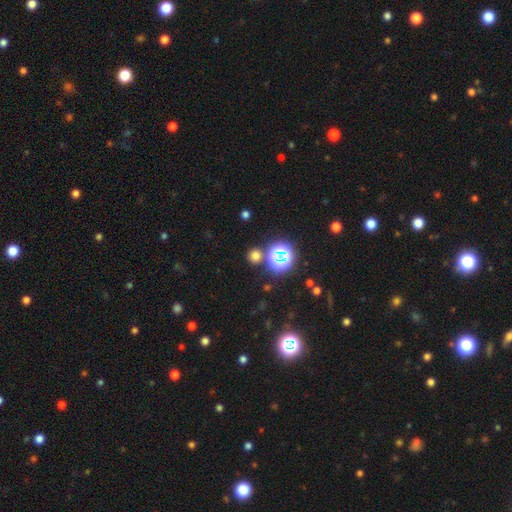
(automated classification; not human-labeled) A smooth galaxy with no disk features (63%) that is round (88%).

Vote fractions:
- Smooth or featured? smooth: 63% / star or artifact: 31% / featured or disk: 6%
- How rounded? round: 88% / in between: 11% / cigar-shaped: 1%
- Merging? none: 82% / merger: 8% / minor disturbance: 7% / major disturbance: 3%